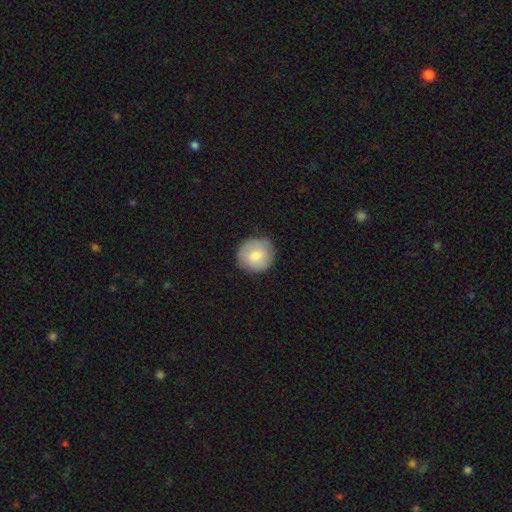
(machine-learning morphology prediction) Smooth or featured: smooth — 65% (featured or disk — 28%)
How rounded: round — 93% (in between — 6%)
Merging: none — 84% (minor disturbance — 12%)